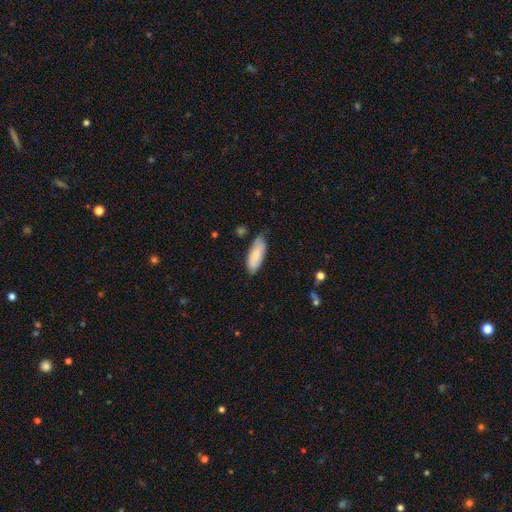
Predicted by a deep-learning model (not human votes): Smooth or featured? smooth (80%)
How rounded? in between (75%)
Merging? none (65%)